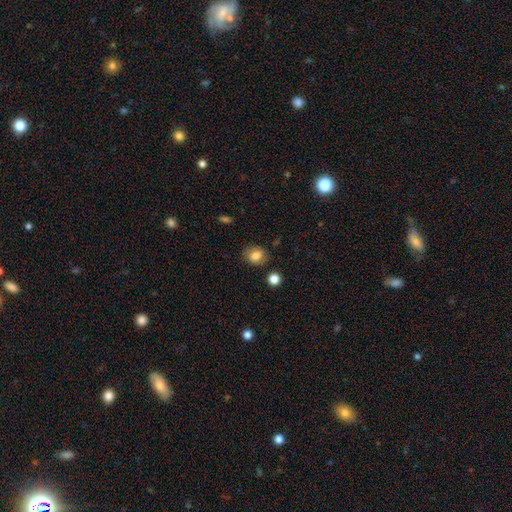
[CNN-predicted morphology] Smooth or featured: smooth — 83% (star or artifact — 10%)
How rounded: round — 58% (in between — 41%)
Merging: none — 80% (minor disturbance — 14%)